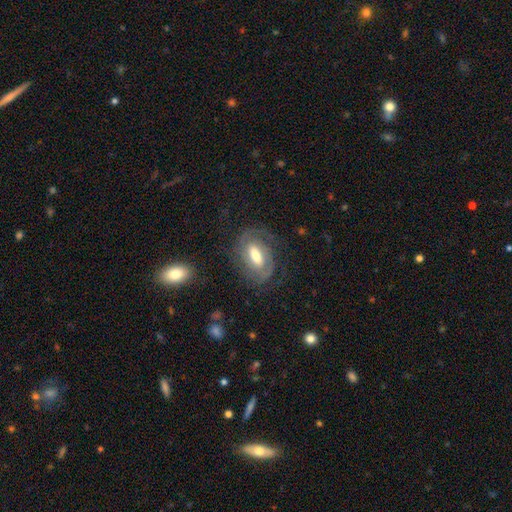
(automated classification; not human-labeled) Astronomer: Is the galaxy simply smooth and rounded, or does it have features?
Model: featured or disk — 66%.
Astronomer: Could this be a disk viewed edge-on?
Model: no — 93%.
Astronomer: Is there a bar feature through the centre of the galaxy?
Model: weak — 44% (runner-up: strong, 29%).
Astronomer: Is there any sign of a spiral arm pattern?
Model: yes — 80%.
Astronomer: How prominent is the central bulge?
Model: moderate — 50% (runner-up: large, 34%).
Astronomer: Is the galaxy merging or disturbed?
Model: none — 68%.